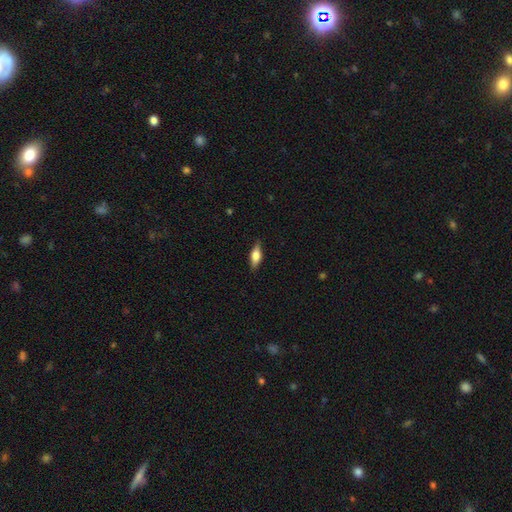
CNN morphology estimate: Smooth or featured? Predicted: smooth (p=0.59). How rounded? Predicted: in between (p=0.64). Merging? Predicted: none (p=0.84).